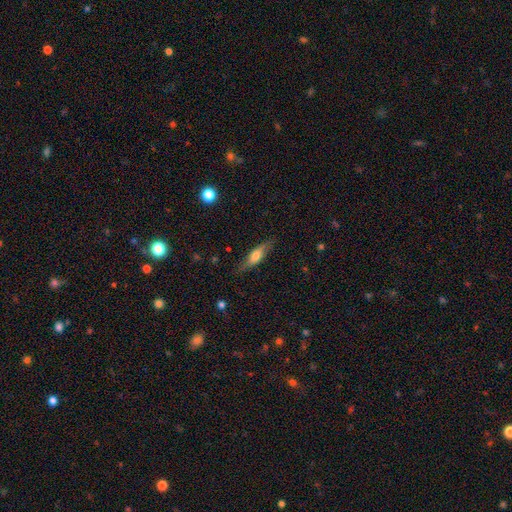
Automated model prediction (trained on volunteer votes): smooth-or-featured: smooth: 51% | featured or disk: 42% | star or artifact: 7%
  how-rounded: cigar-shaped: 61% | in between: 36% | round: 3%
  merging: none: 80% | minor disturbance: 15% | major disturbance: 3% | merger: 1%